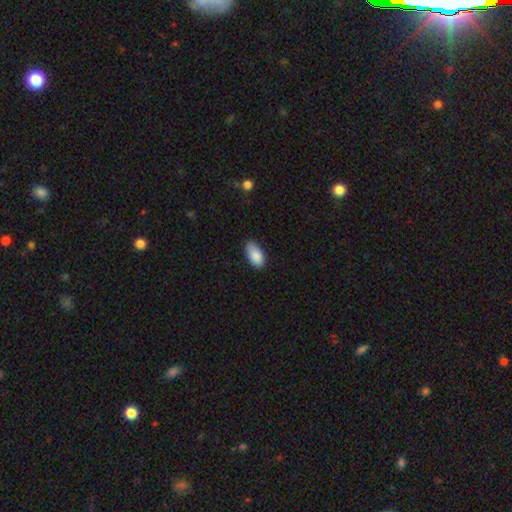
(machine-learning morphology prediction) Smooth or featured: smooth — 87% (star or artifact — 7%)
How rounded: in between — 94% (cigar-shaped — 3%)
Merging: none — 67% (minor disturbance — 28%)